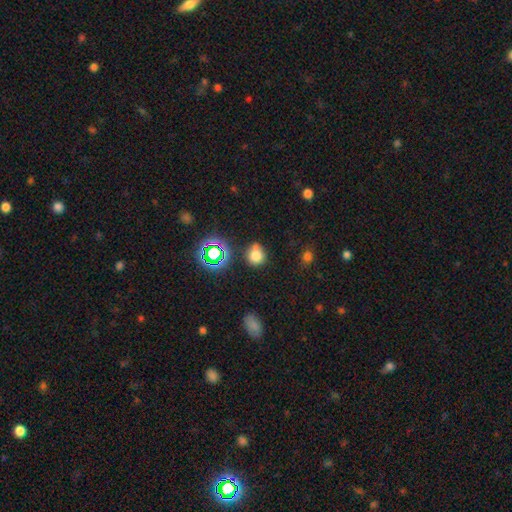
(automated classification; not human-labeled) smooth_or_featured: smooth (p=0.72) [alt: star or artifact p=0.20]
how_rounded: round (p=0.76) [alt: in between p=0.23]
merging: none (p=0.62) [alt: minor disturbance p=0.20]